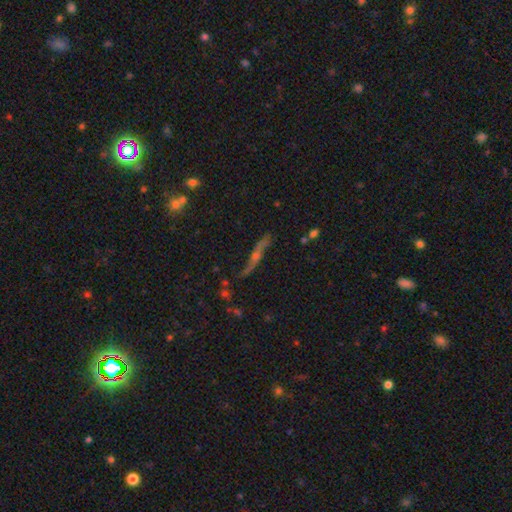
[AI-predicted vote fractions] Morphology: type=featured or disk (68%); edge-on=yes (68%); merging=none (69%).